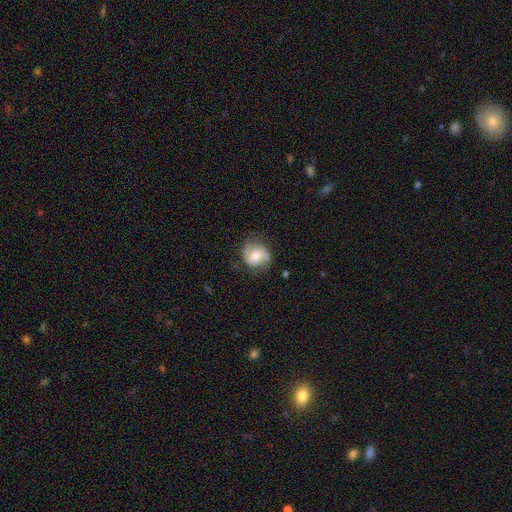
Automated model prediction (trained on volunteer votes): Smooth or featured?
  - featured or disk: 49% *
  - smooth: 43%
  - star or artifact: 8%
Merging?
  - none: 71% *
  - minor disturbance: 20%
  - major disturbance: 7%
  - merger: 1%